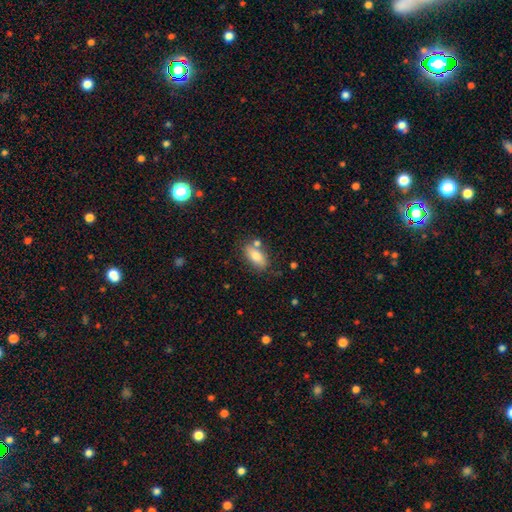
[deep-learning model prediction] Morphology: type=smooth (79%); roundness=in between (86%); merging=none (70%).